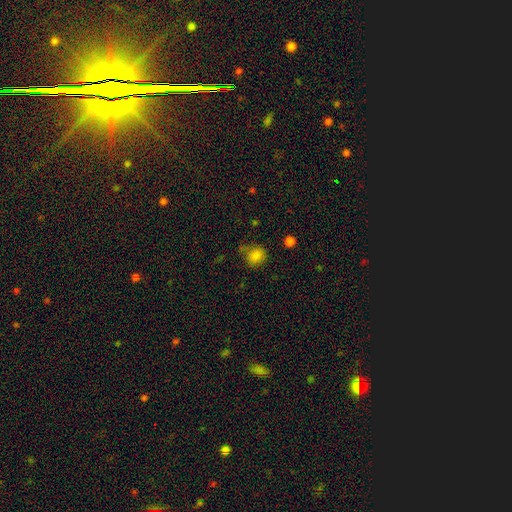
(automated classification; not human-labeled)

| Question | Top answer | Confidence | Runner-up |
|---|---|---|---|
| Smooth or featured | smooth | 82% | star or artifact (13%) |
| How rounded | round | 76% | in between (23%) |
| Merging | none | 68% | minor disturbance (19%) |